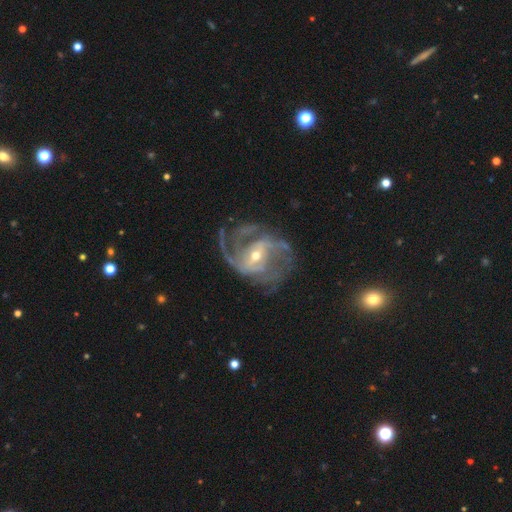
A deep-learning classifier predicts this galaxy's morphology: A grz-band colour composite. It shows a featured or disk galaxy (90%) with a weak bar (41%), 2 (40%) medium (50%) spiral arms (96%) and a small central bulge (55%). Merging: none (60%).